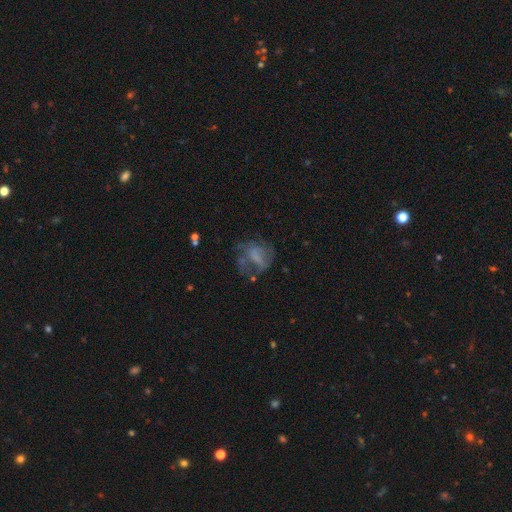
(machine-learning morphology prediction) A featured or disk galaxy (45%).

Vote fractions:
- Smooth or featured? featured or disk: 45% / smooth: 41% / star or artifact: 15%
- Merging? none: 39% / major disturbance: 34% / minor disturbance: 22% / merger: 5%